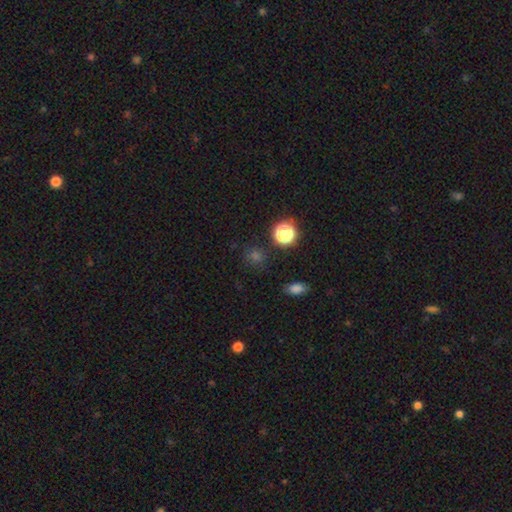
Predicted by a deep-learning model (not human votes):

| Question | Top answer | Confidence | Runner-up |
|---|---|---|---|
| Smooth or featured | smooth | 61% | star or artifact (34%) |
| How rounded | round | 86% | in between (12%) |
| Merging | none | 84% | minor disturbance (9%) |